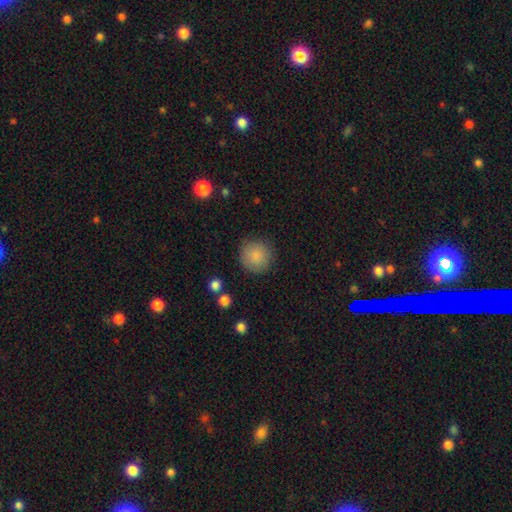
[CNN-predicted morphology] smooth-or-featured: smooth: 86% | star or artifact: 8% | featured or disk: 6%
  how-rounded: round: 94% | in between: 5% | cigar-shaped: 1%
  merging: none: 85% | minor disturbance: 10% | major disturbance: 3% | merger: 2%